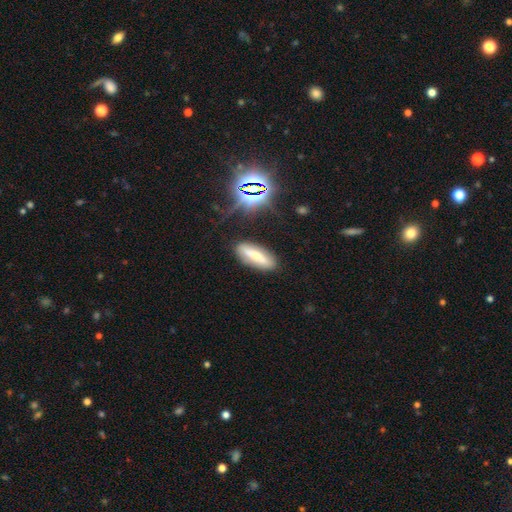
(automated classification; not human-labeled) smooth 50%, featured or disk 40%, star or artifact 11%. Down the decision tree: merging — none (83%).